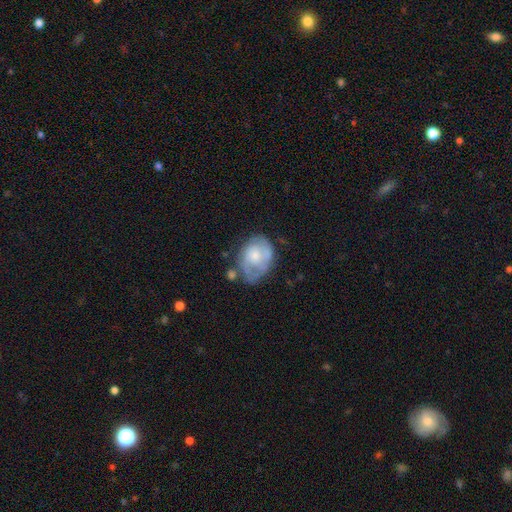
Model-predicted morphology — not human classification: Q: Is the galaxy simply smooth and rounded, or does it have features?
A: featured or disk — 59%.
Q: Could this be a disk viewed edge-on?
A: no — 97%.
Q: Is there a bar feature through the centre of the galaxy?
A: no — 76%.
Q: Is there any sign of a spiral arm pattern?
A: yes — 69%.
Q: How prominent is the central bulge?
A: moderate — 43%.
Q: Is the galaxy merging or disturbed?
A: none — 45%.